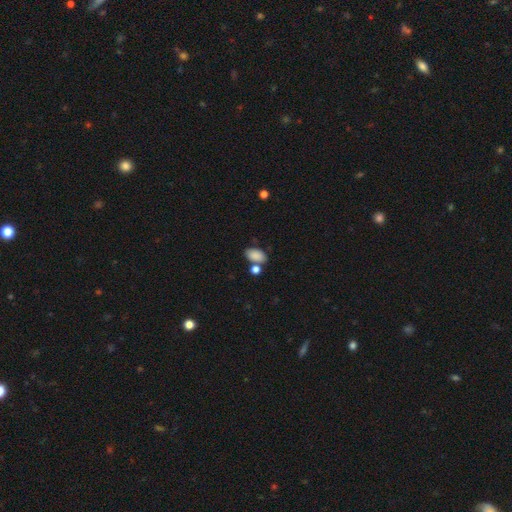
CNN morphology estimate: The model was most divided on "merging": none: 63%, merger: 19%, minor disturbance: 14%, major disturbance: 4%. More confident: how rounded — in between (91%); smooth or featured — smooth (86%).